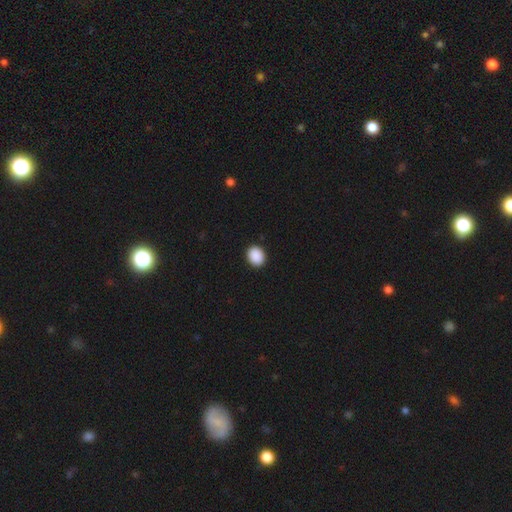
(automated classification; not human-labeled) This appears to be a smooth galaxy with no disk features (90%) that is round (58%). Merging: none (92%).